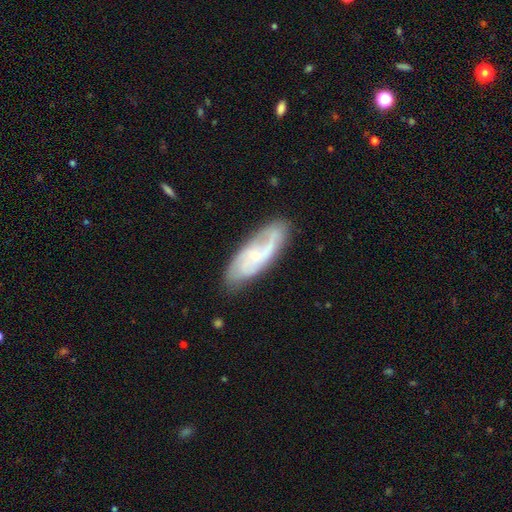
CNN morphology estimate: type=featured or disk (70%); edge-on=no (88%); bar=no (57%); spiral arms=yes (87%); winding=medium (43%); arm count=2 (53%); bulge=small (71%); merging=none (72%).